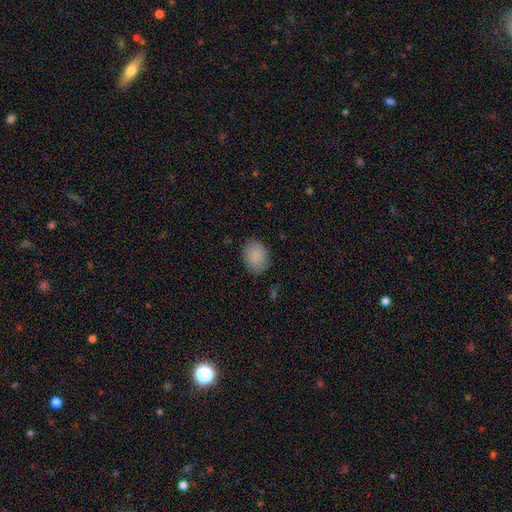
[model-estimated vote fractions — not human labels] smooth 88%, star or artifact 8%, featured or disk 4%. Down the decision tree: how rounded — in between (63%); merging — none (82%).